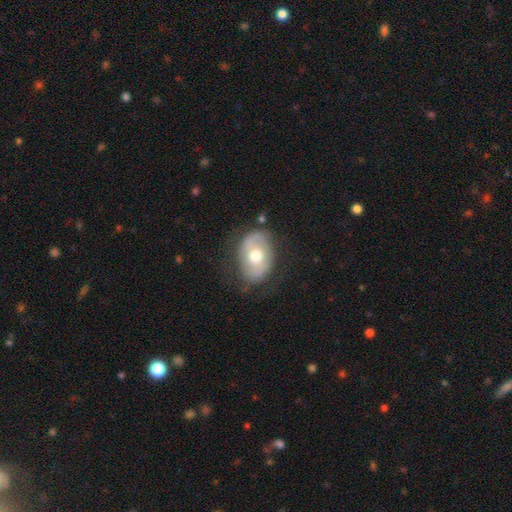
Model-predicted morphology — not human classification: Q: Smooth or featured?
A: featured or disk (51%); runner-up: smooth (43%)
Q: Edge-on disk?
A: no (94%); runner-up: yes (6%)
Q: Merging?
A: none (69%); runner-up: minor disturbance (20%)